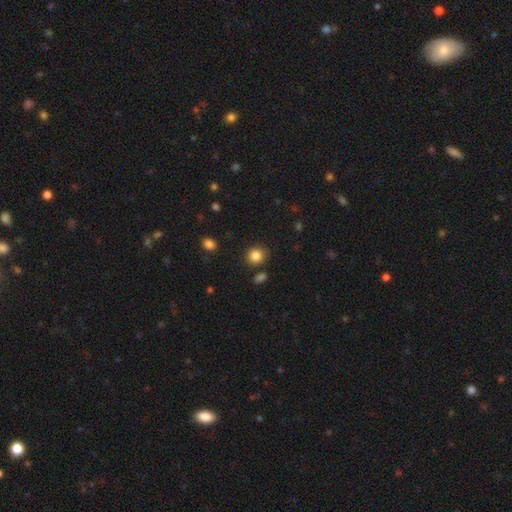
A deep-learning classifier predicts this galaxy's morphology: The model was most divided on "how rounded": round: 79%, in between: 20%, cigar-shaped: 1%. More confident: merging — none (85%); smooth or featured — smooth (85%).